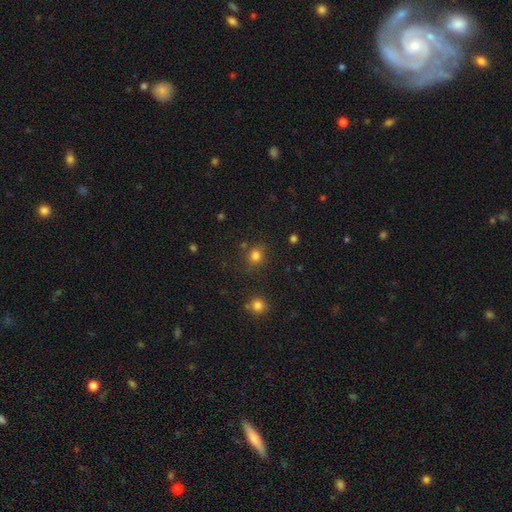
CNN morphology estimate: The model was most divided on "how rounded": round: 81%, in between: 18%, cigar-shaped: 1%. More confident: smooth or featured — smooth (79%); merging — none (79%).